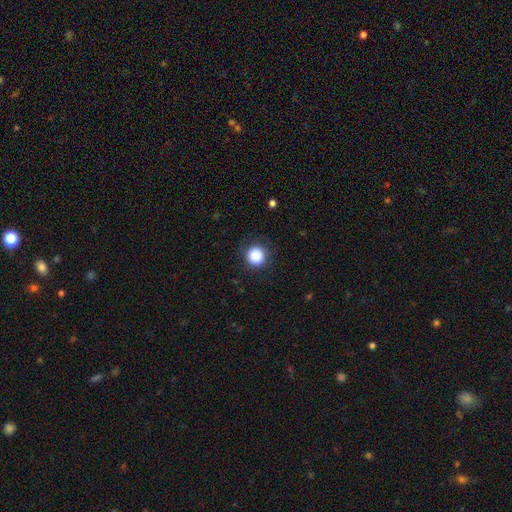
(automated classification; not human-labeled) Smooth or featured?
  - smooth: 87% *
  - star or artifact: 9%
  - featured or disk: 3%
How rounded?
  - round: 93% *
  - in between: 6%
  - cigar-shaped: 1%
Merging?
  - none: 85% *
  - minor disturbance: 10%
  - major disturbance: 4%
  - merger: 1%